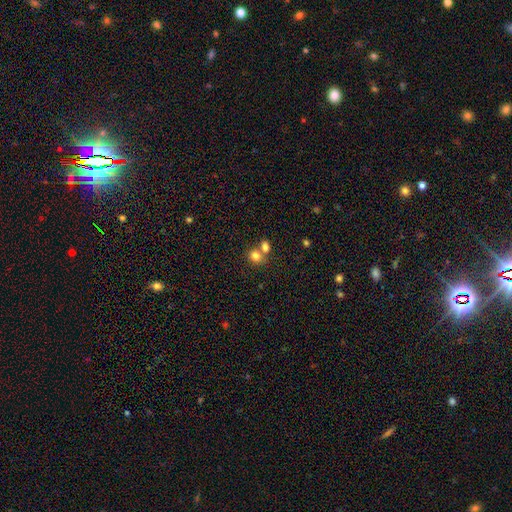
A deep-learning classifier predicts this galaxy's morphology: Smooth or featured?
  - smooth: 80% *
  - star or artifact: 11%
  - featured or disk: 9%
How rounded?
  - round: 64% *
  - in between: 35%
  - cigar-shaped: 1%
Merging?
  - merger: 46% *
  - none: 43%
  - minor disturbance: 7%
  - major disturbance: 3%